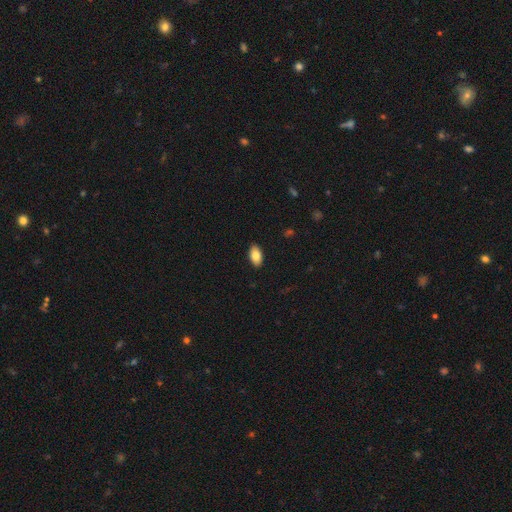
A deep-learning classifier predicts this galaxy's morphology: The model was most divided on "smooth or featured": smooth: 82%, featured or disk: 11%, star or artifact: 7%. More confident: how rounded — in between (93%); merging — none (90%).